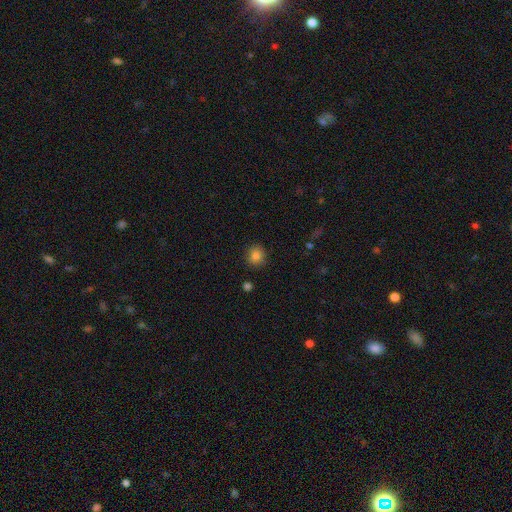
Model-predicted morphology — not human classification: Smooth or featured?
  - smooth: 84% *
  - star or artifact: 11%
  - featured or disk: 4%
How rounded?
  - round: 82% *
  - in between: 17%
  - cigar-shaped: 1%
Merging?
  - none: 88% *
  - minor disturbance: 8%
  - major disturbance: 2%
  - merger: 2%